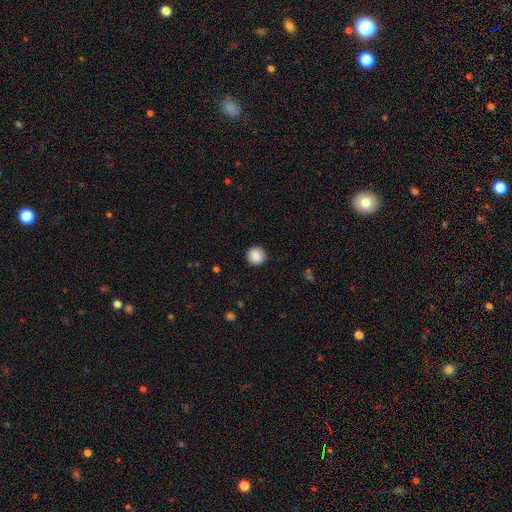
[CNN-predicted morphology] Overall: smooth (87%). How rounded: round (93%). Merging: none (91%).